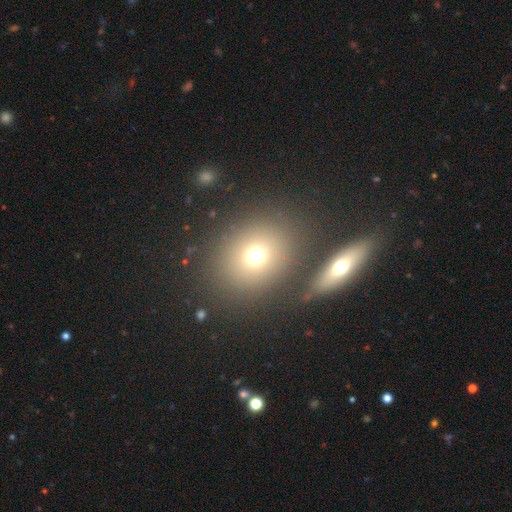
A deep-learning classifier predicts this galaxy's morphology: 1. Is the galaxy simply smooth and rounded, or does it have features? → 71% smooth, 17% star or artifact, 11% featured or disk.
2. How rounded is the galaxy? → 69% round, 30% in between, 1% cigar-shaped.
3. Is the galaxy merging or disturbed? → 69% none, 14% merger, 10% minor disturbance, 7% major disturbance.